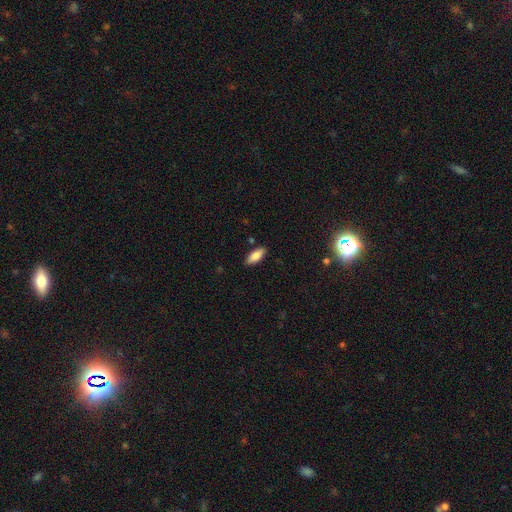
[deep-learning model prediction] smooth-or-featured: smooth: 83% | featured or disk: 11% | star or artifact: 6%
  how-rounded: in between: 80% | cigar-shaped: 18% | round: 2%
  merging: none: 87% | minor disturbance: 10% | major disturbance: 2% | merger: 2%